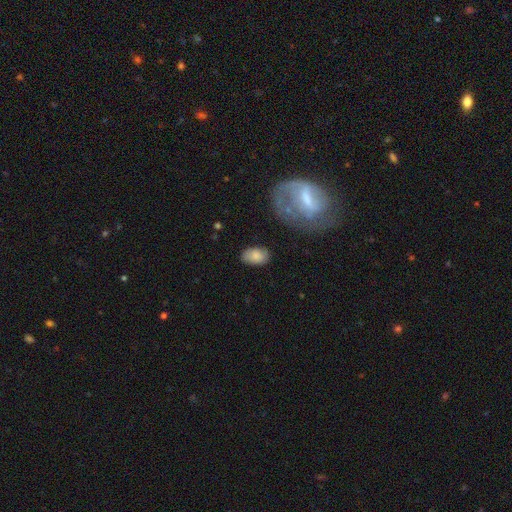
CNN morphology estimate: Smooth or featured? Predicted: smooth (p=0.82). How rounded? Predicted: in between (p=0.91). Merging? Predicted: none (p=0.79).